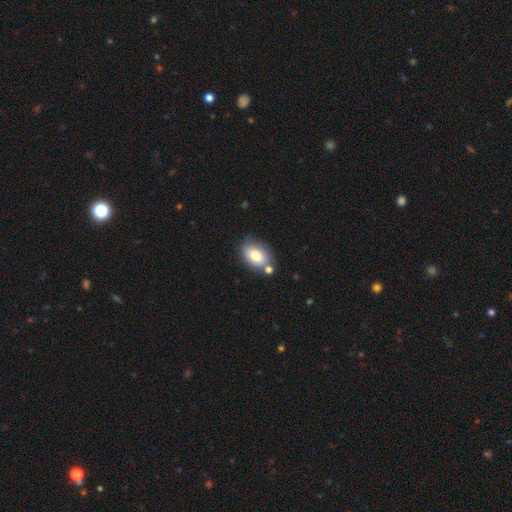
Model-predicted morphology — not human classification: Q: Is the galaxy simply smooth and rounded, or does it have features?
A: smooth — 75%.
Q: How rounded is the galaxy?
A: in between — 82%.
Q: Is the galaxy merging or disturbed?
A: none — 64%.